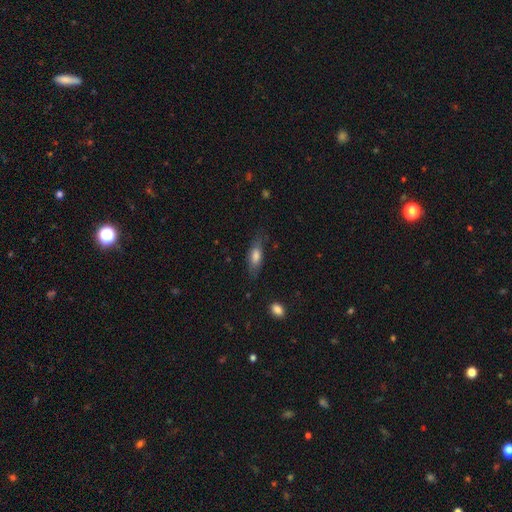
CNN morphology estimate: smooth_or_featured: smooth (p=0.71) [alt: featured or disk p=0.21]
how_rounded: in between (p=0.59) [alt: cigar-shaped p=0.39]
merging: none (p=0.72) [alt: minor disturbance p=0.20]